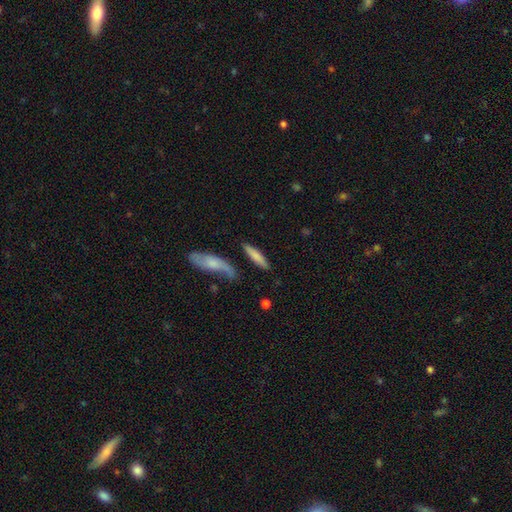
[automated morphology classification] smooth-or-featured: smooth: 72% | featured or disk: 22% | star or artifact: 6%
  how-rounded: cigar-shaped: 77% | in between: 21% | round: 2%
  merging: none: 77% | minor disturbance: 12% | merger: 7% | major disturbance: 4%